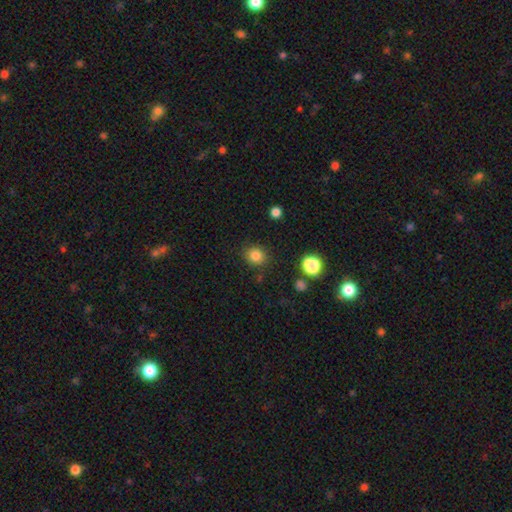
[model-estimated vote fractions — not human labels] smooth 83%, star or artifact 12%, featured or disk 5%. Down the decision tree: how rounded — round (80%); merging — none (85%).